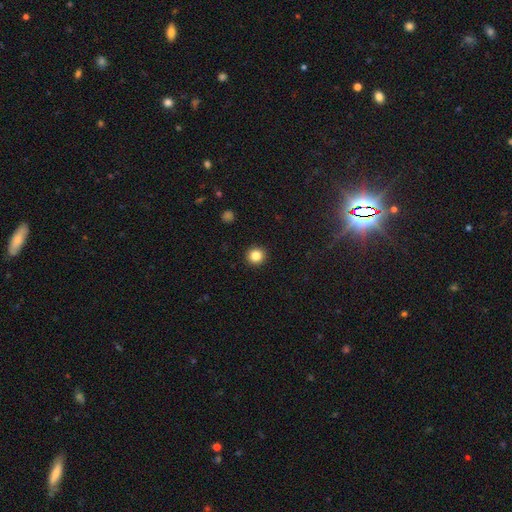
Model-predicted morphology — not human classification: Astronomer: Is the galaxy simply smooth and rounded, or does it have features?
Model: smooth — 84%.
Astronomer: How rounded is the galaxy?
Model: round — 94%.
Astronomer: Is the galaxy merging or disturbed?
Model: none — 93%.